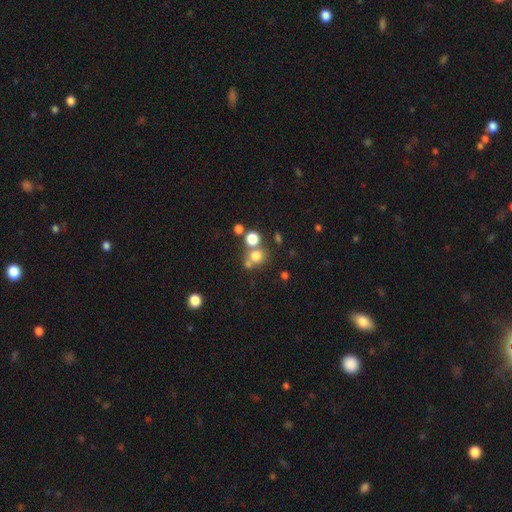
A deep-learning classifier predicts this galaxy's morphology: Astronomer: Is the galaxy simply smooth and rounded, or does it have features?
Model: smooth — 72%.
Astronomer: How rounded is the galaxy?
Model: round — 86%.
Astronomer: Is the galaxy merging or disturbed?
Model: none — 56% (runner-up: merger, 31%).